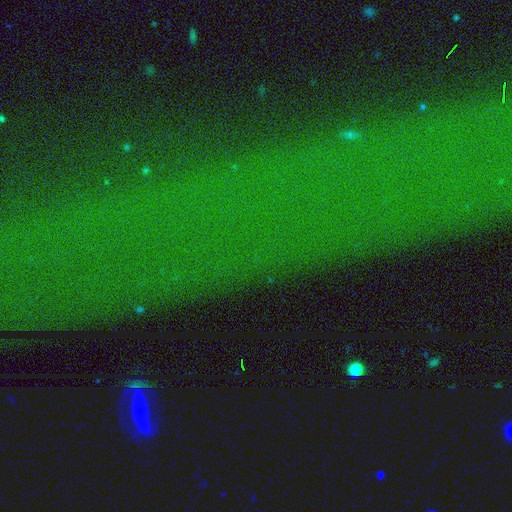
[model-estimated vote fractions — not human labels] Smooth or featured? Predicted: star or artifact (p=0.75).